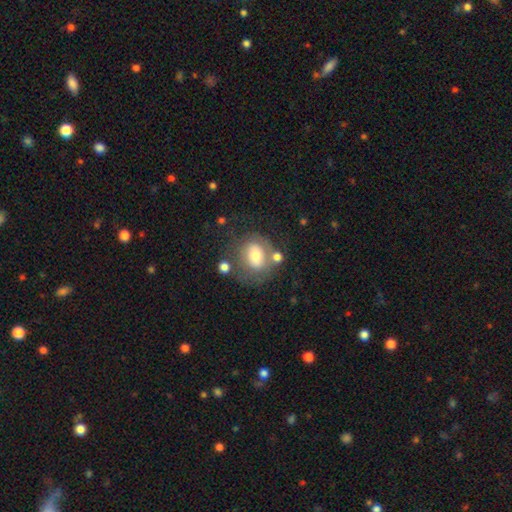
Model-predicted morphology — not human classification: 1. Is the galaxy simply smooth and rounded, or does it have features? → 54% smooth, 37% featured or disk, 9% star or artifact.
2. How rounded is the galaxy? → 49% round (tied), 49% in between (tied), 1% cigar-shaped.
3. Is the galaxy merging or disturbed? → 53% none, 20% minor disturbance, 15% major disturbance, 12% merger.